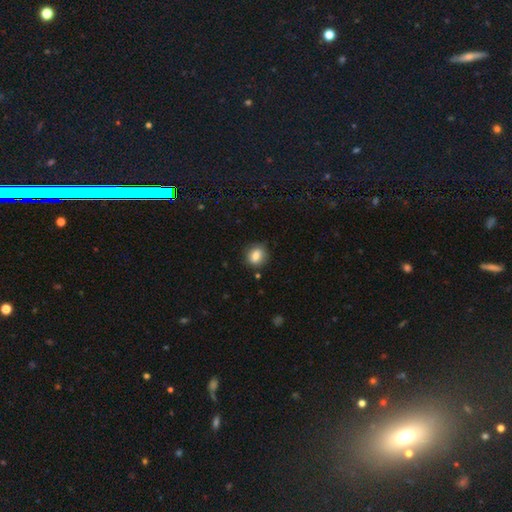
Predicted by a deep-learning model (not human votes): This appears to be a smooth galaxy with no disk features (81%) that is round (58%). Merging: none (79%).